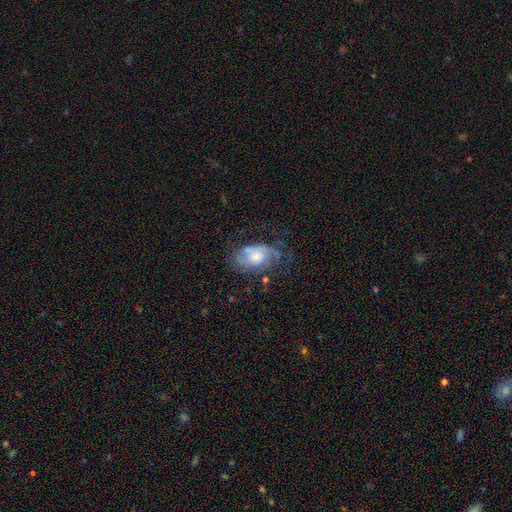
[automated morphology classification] smooth_or_featured: featured or disk (p=0.71) [alt: smooth p=0.22]
disk_edge_on: no (p=0.95) [alt: yes p=0.05]
bar: no (p=0.74) [alt: weak p=0.23]
has_spiral_arms: yes (p=0.84) [alt: no p=0.16]
spiral_winding: medium (p=0.39) [tied with: tight p=0.39]
spiral_arm_count: 2 (p=0.43) [alt: can't tell p=0.32]
bulge_size: moderate (p=0.54) [alt: small p=0.36]
merging: none (p=0.53) [alt: minor disturbance p=0.24]